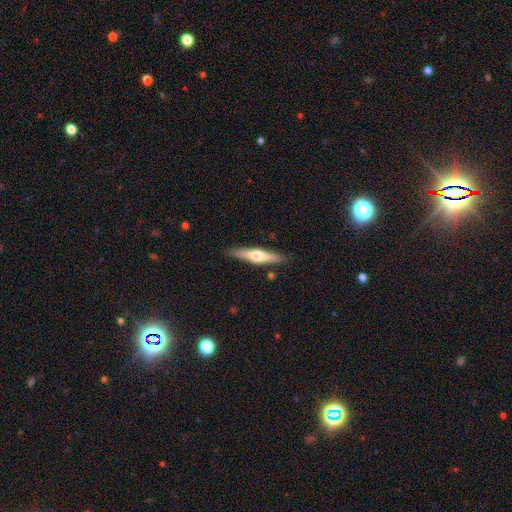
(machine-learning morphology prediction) The model was most divided on "smooth or featured": featured or disk: 57%, smooth: 37%, star or artifact: 6%. More confident: edge-on disk — yes (94%); edge-on bulge — rounded (93%); merging — none (87%).